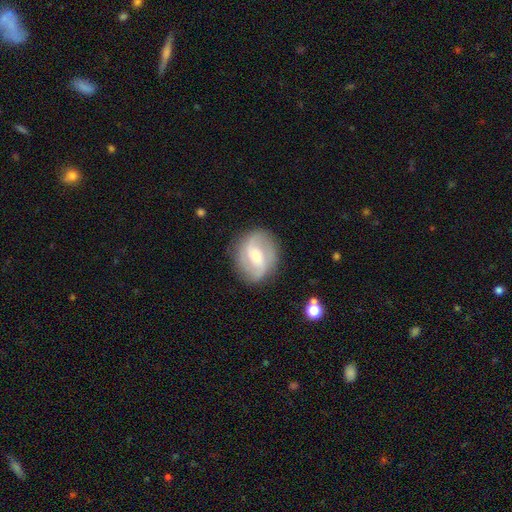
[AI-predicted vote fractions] Overall: featured or disk (72%). Edge-on disk: no (96%). Bar: weak (46%; strong 29%). Spiral arms: yes (86%). Spiral arm count: 2 (80%). Spiral winding: medium (43%; loose 34%). Bulge size: moderate (56%; small 38%). Merging: none (81%).